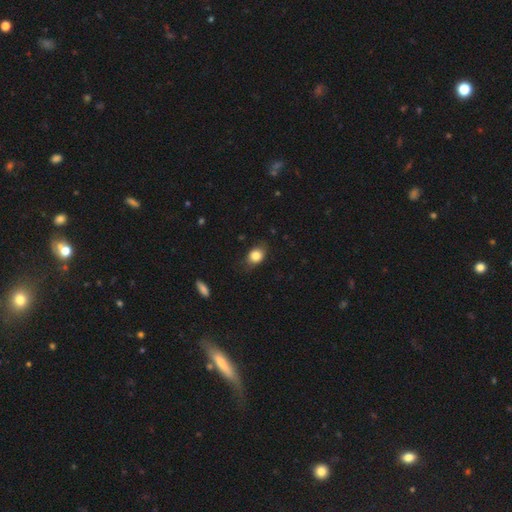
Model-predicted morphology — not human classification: This is clearly a smooth galaxy (81%). How rounded: likely in between (62%). Merging: likely none (73%).